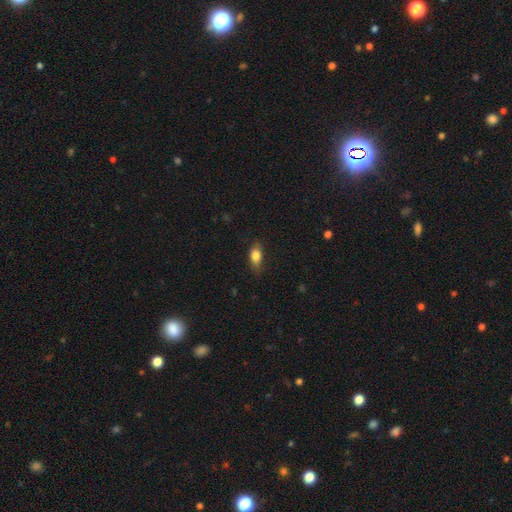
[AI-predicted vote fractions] Overall: smooth (82%). How rounded: in between (82%). Merging: none (74%).